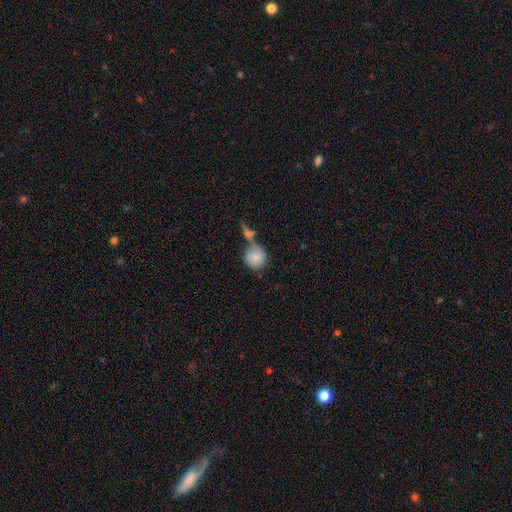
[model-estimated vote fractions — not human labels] Q: Smooth or featured?
A: smooth (83%); runner-up: featured or disk (10%)
Q: How rounded?
A: round (87%); runner-up: in between (11%)
Q: Merging?
A: none (46%); runner-up: merger (35%)